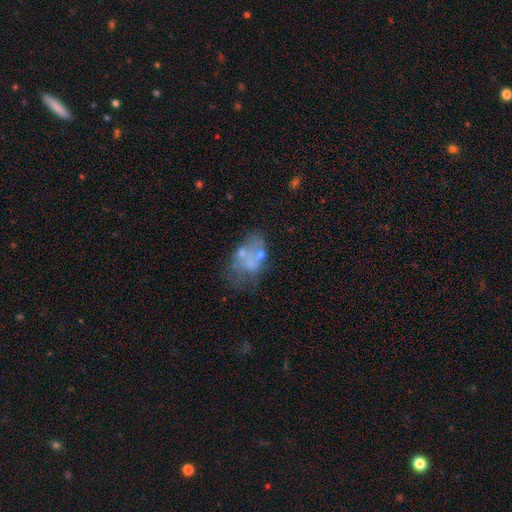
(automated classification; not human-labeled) This appears to be a featured or disk galaxy (51%). Merging: none (32%).